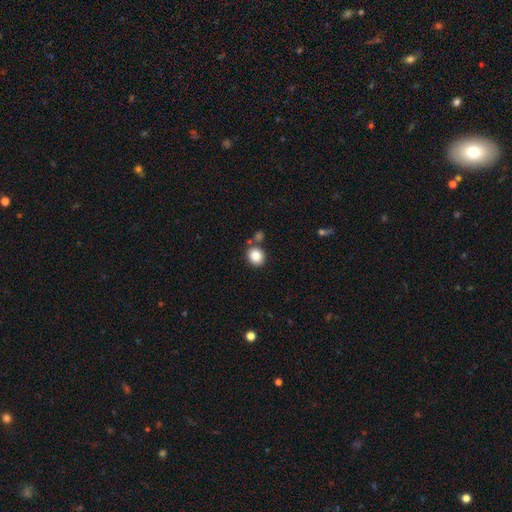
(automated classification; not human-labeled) A smooth galaxy with no disk features (85%) that is round (75%). Merging: none (75%).